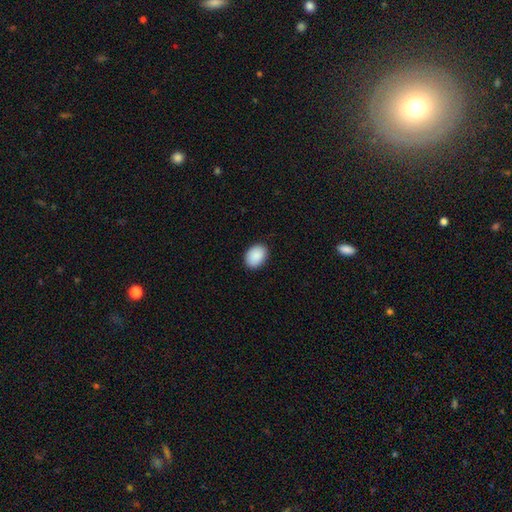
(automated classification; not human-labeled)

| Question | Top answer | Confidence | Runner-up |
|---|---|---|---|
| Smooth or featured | smooth | 91% | star or artifact (7%) |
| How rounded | in between | 75% | round (24%) |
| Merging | none | 88% | minor disturbance (9%) |